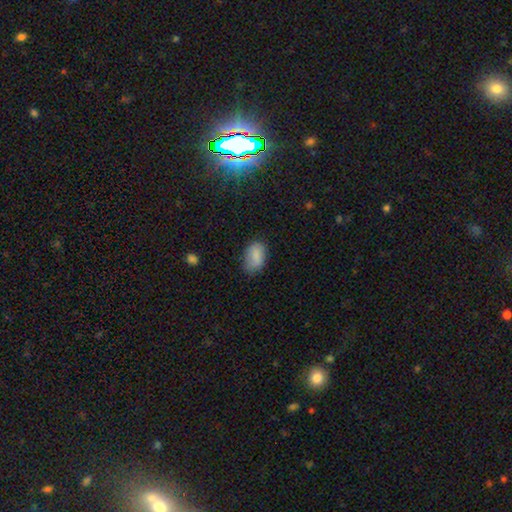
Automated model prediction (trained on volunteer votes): Smooth or featured? Predicted: smooth (p=0.85). How rounded? Predicted: in between (p=0.89). Merging? Predicted: none (p=0.70).